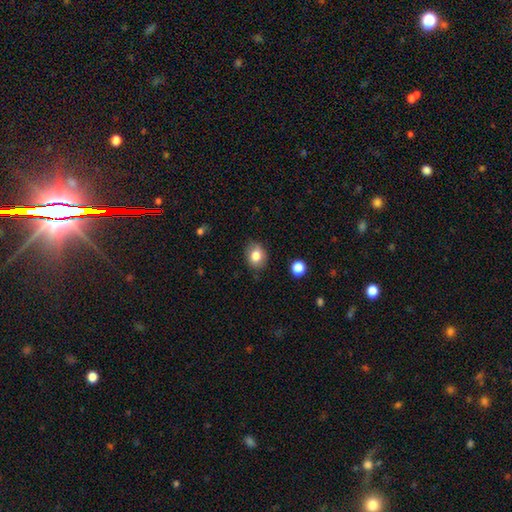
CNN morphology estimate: Q: Smooth or featured?
A: smooth (81%); runner-up: featured or disk (10%)
Q: How rounded?
A: in between (50%); runner-up: round (49%)
Q: Merging?
A: none (82%); runner-up: minor disturbance (14%)